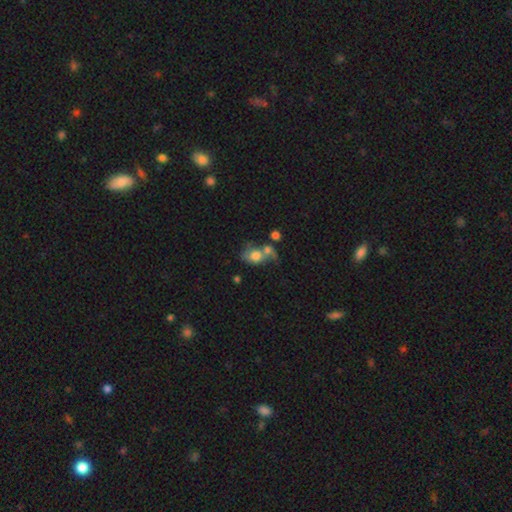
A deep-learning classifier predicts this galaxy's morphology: type=smooth (62%); roundness=in between (58%); merging=merger (47%).